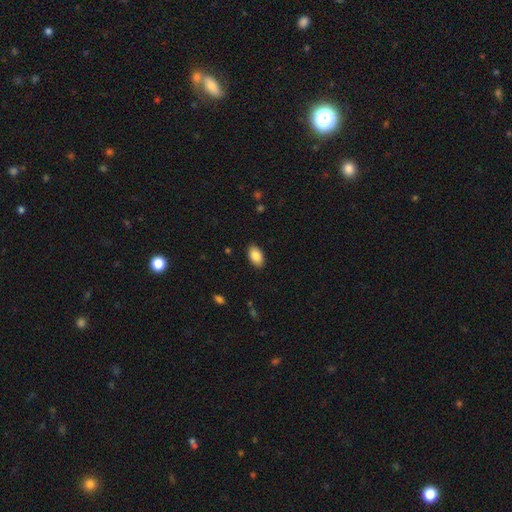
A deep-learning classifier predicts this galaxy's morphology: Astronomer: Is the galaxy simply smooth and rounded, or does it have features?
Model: smooth — 88%.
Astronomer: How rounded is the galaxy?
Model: in between — 93%.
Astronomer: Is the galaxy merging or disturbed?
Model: none — 88%.